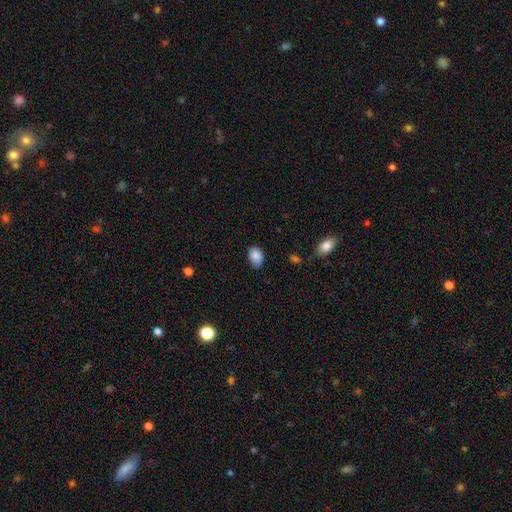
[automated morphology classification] smooth_or_featured: smooth (p=0.88) [alt: star or artifact p=0.08]
how_rounded: in between (p=0.84) [alt: round p=0.15]
merging: none (p=0.74) [alt: minor disturbance p=0.21]